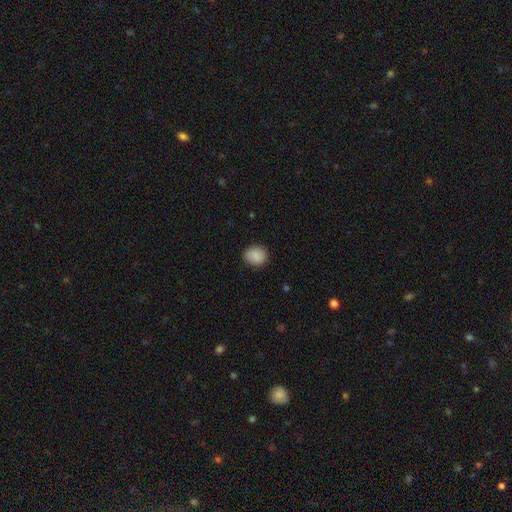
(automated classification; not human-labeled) A smooth galaxy with no disk features (87%) that is round (72%).

Vote fractions:
- Smooth or featured? smooth: 87% / star or artifact: 7% / featured or disk: 6%
- How rounded? round: 72% / in between: 27% / cigar-shaped: 1%
- Merging? none: 83% / minor disturbance: 13% / major disturbance: 3% / merger: 1%